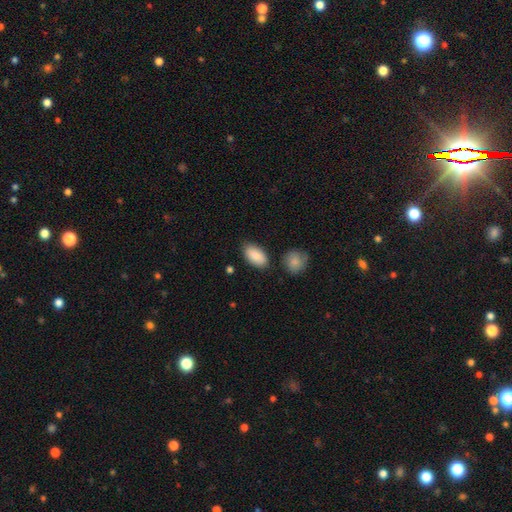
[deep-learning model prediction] Smooth or featured: smooth — 89% (star or artifact — 6%)
How rounded: in between — 94% (round — 4%)
Merging: none — 80% (minor disturbance — 13%)